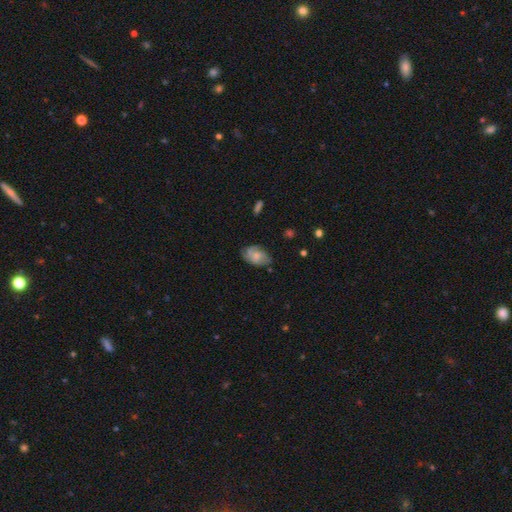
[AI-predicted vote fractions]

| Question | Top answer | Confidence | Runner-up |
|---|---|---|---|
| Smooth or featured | smooth | 53% | featured or disk (39%) |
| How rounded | in between | 89% | round (9%) |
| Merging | none | 62% | minor disturbance (27%) |